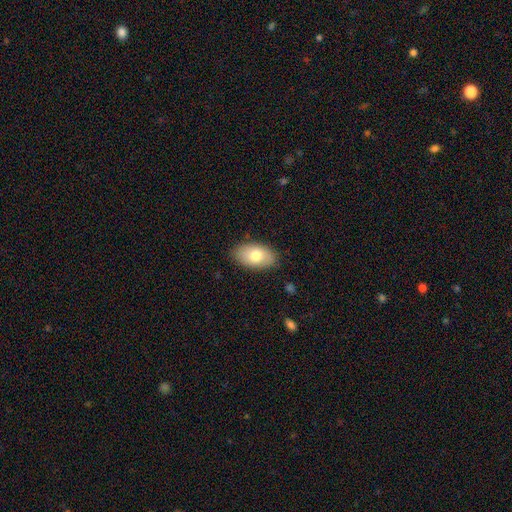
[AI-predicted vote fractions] smooth_or_featured: smooth (p=0.76) [alt: featured or disk p=0.18]
how_rounded: in between (p=0.93) [alt: round p=0.06]
merging: none (p=0.84) [alt: minor disturbance p=0.12]